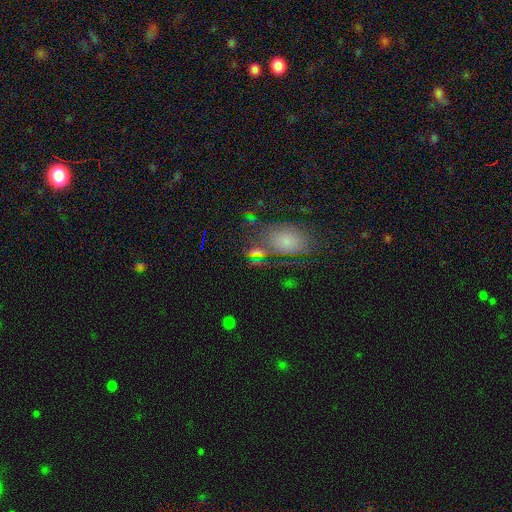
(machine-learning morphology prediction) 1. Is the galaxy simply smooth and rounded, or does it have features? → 46% smooth, 27% featured or disk, 26% star or artifact.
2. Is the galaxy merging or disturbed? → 45% none, 23% merger, 16% minor disturbance, 15% major disturbance.